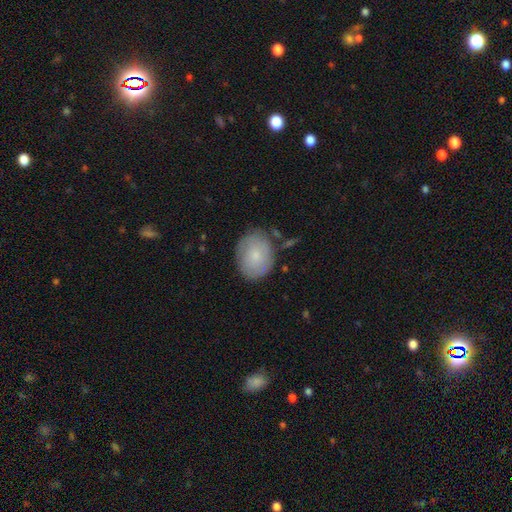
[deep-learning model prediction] Smooth or featured: smooth — 73% (featured or disk — 20%)
How rounded: in between — 57% (round — 42%)
Merging: none — 74% (minor disturbance — 18%)